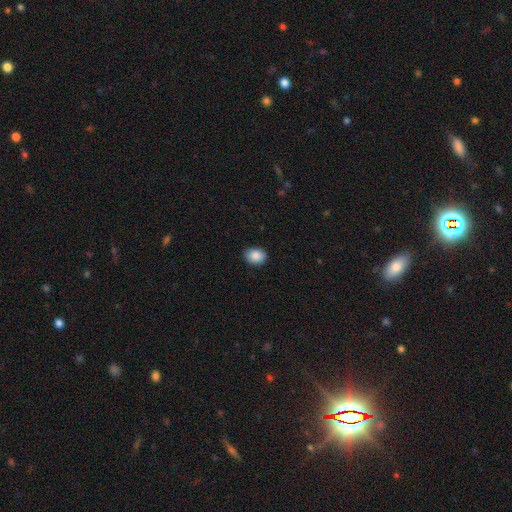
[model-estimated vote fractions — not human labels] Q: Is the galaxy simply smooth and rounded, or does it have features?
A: smooth — 88%.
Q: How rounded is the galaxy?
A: in between — 61%.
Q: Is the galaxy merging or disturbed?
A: none — 89%.